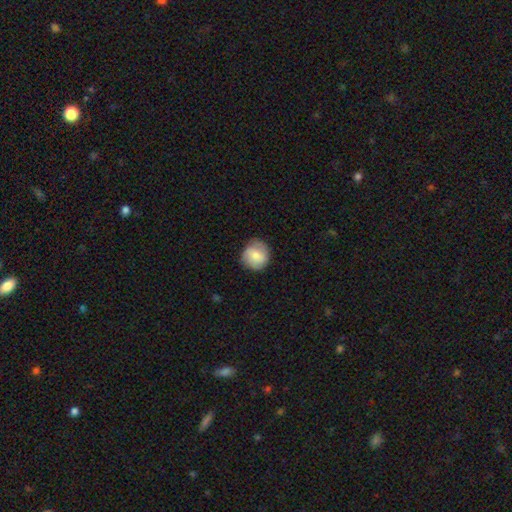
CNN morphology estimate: type=smooth (68%); roundness=round (88%); merging=none (80%).